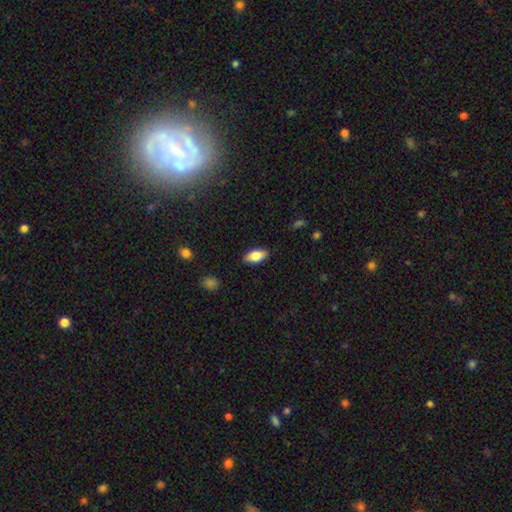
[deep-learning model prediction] Q: Smooth or featured?
A: smooth (80%); runner-up: featured or disk (13%)
Q: How rounded?
A: in between (89%); runner-up: cigar-shaped (8%)
Q: Merging?
A: none (87%); runner-up: minor disturbance (10%)